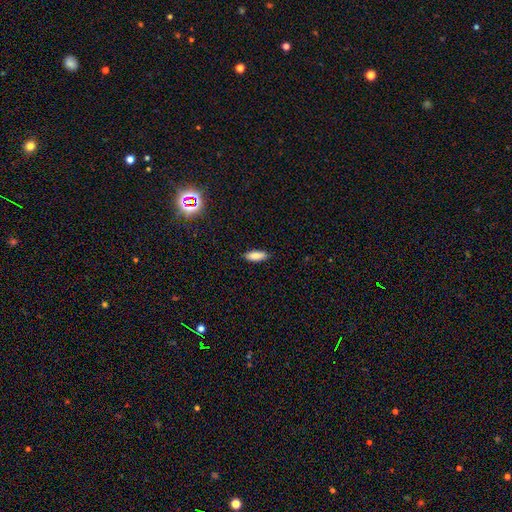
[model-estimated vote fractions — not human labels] Smooth or featured?
  - smooth: 84% *
  - star or artifact: 8%
  - featured or disk: 7%
How rounded?
  - in between: 73% *
  - cigar-shaped: 25%
  - round: 2%
Merging?
  - none: 87% *
  - minor disturbance: 10%
  - major disturbance: 2%
  - merger: 1%